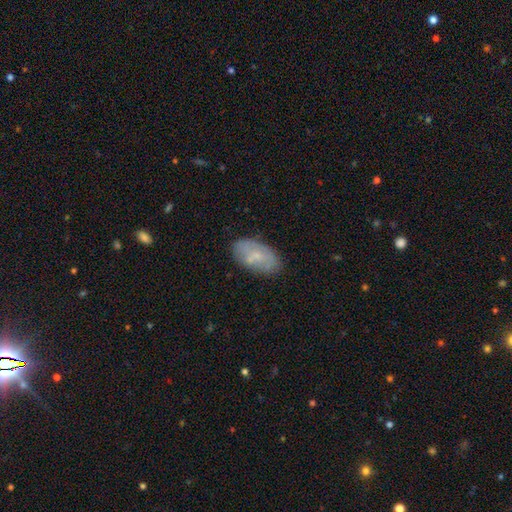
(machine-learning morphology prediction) Smooth or featured?
  - smooth: 56% *
  - featured or disk: 37%
  - star or artifact: 7%
How rounded?
  - in between: 93% *
  - round: 4%
  - cigar-shaped: 3%
Merging?
  - none: 74% *
  - minor disturbance: 18%
  - major disturbance: 5%
  - merger: 3%